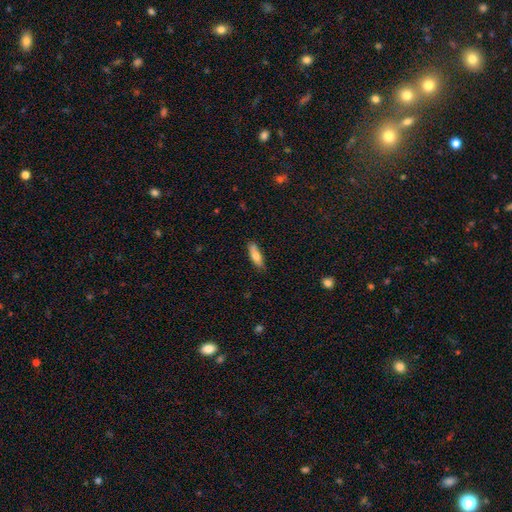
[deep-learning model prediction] smooth-or-featured: smooth: 72% | featured or disk: 21% | star or artifact: 6%
  how-rounded: cigar-shaped: 49% (tied) | in between: 49% (tied) | round: 2%
  merging: none: 75% | minor disturbance: 18% | merger: 4% | major disturbance: 3%